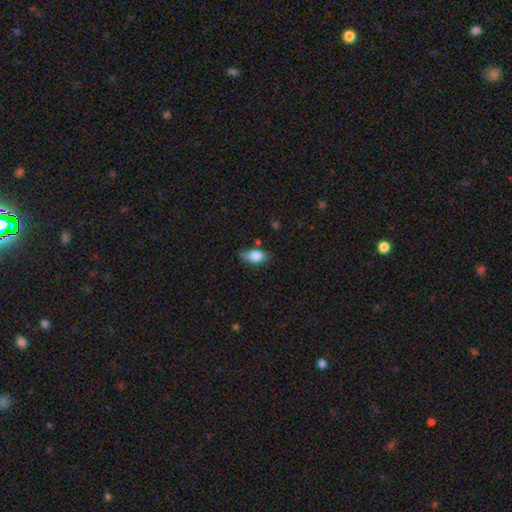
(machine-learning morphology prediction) Smooth or featured? Predicted: smooth (p=0.80). How rounded? Predicted: in between (p=0.85). Merging? Predicted: none (p=0.60).